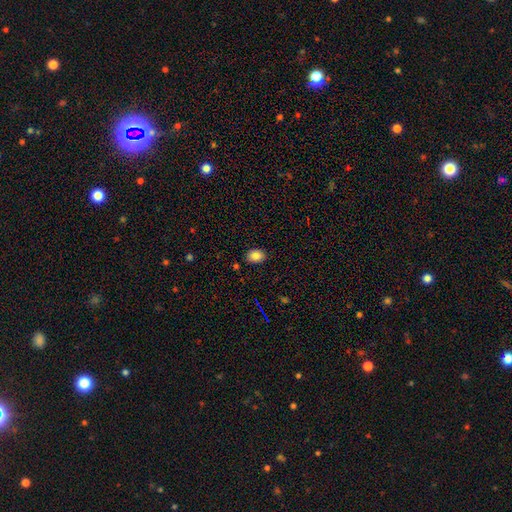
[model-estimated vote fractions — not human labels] smooth 85%, star or artifact 10%, featured or disk 6%. Down the decision tree: how rounded — in between (72%); merging — none (87%).